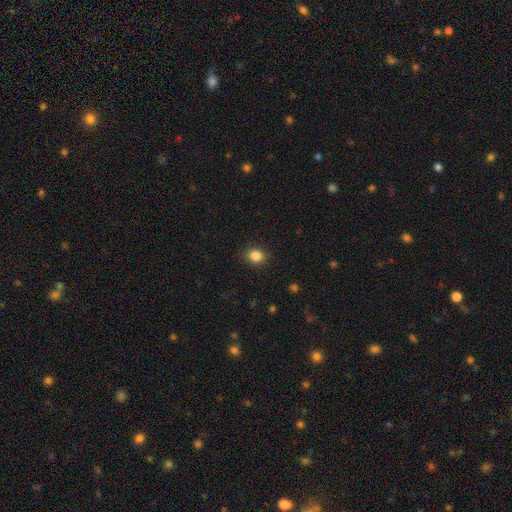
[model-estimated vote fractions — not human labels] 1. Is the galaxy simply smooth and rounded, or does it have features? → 86% smooth, 10% star or artifact, 4% featured or disk.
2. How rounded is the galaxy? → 56% round, 43% in between, 1% cigar-shaped.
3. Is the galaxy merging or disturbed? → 88% none, 8% minor disturbance, 2% major disturbance, 1% merger.